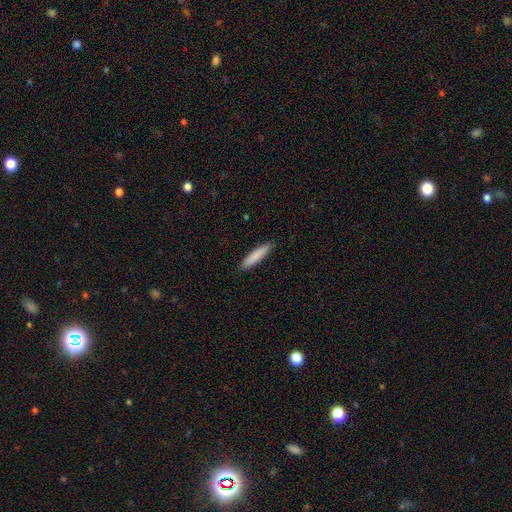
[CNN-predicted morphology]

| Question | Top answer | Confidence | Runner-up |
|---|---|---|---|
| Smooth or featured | smooth | 85% | featured or disk (10%) |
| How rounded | cigar-shaped | 87% | in between (12%) |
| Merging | none | 90% | minor disturbance (7%) |